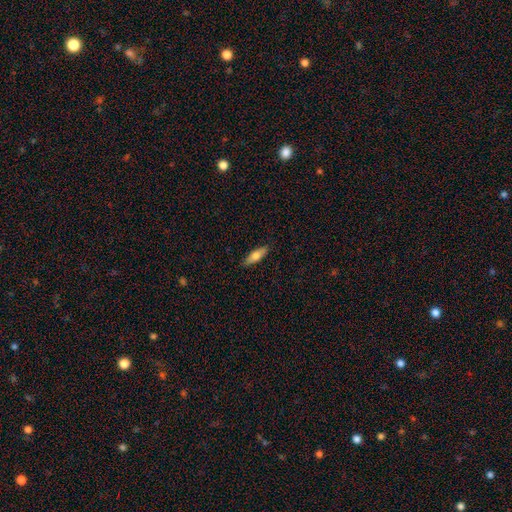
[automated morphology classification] Smooth or featured? Predicted: smooth (p=0.68). How rounded? Predicted: in between (p=0.53). Merging? Predicted: none (p=0.87).